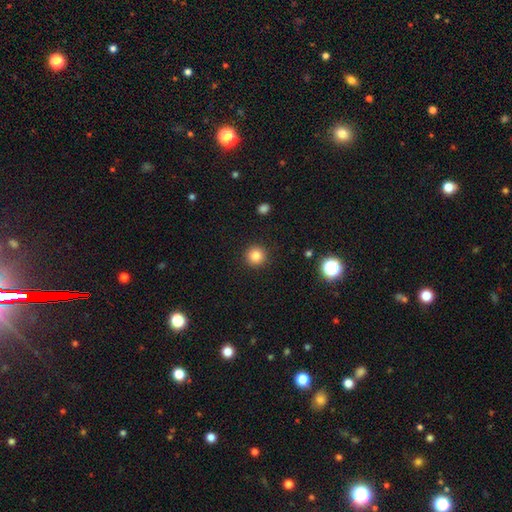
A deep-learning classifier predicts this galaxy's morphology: type=smooth (84%); roundness=round (95%); merging=none (92%).